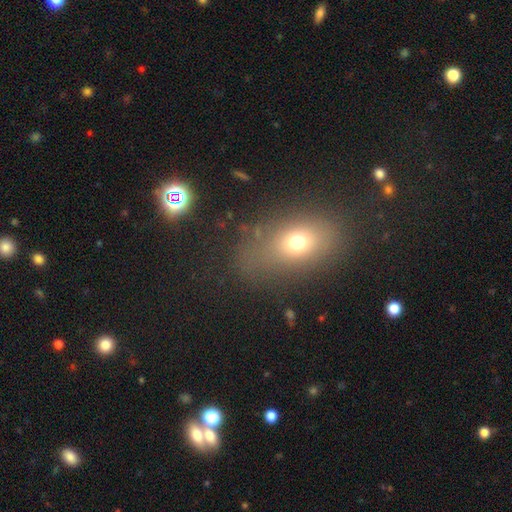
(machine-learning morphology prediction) The model was most divided on "smooth or featured": smooth: 63%, star or artifact: 22%, featured or disk: 15%. More confident: merging — none (77%); how rounded — in between (75%).